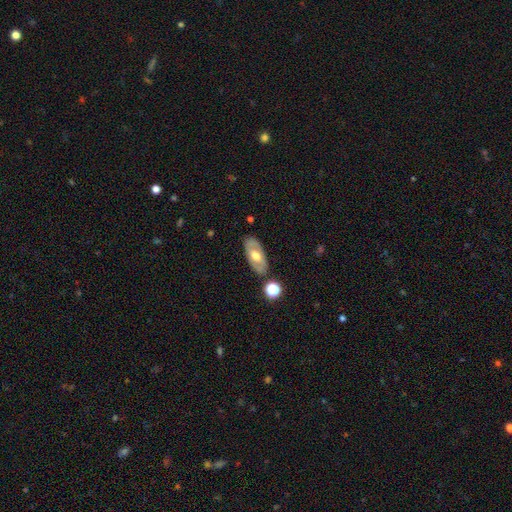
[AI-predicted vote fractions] Morphology: type=featured or disk (50%); edge-on=no (84%); merging=none (82%).